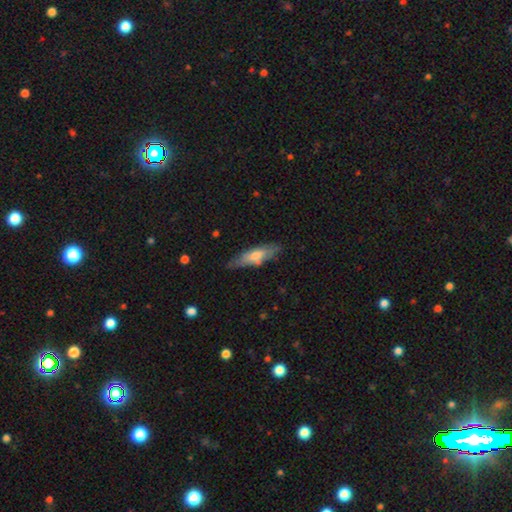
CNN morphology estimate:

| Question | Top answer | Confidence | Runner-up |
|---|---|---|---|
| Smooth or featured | smooth | 57% | featured or disk (37%) |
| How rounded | cigar-shaped | 59% | in between (40%) |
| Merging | none | 74% | minor disturbance (19%) |